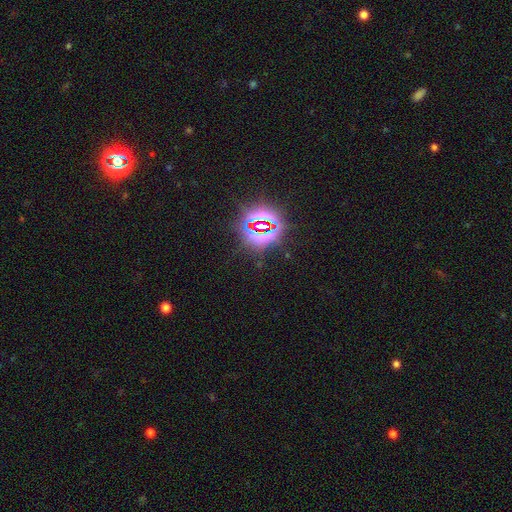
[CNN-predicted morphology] A star or artifact, not a galaxy (82%).